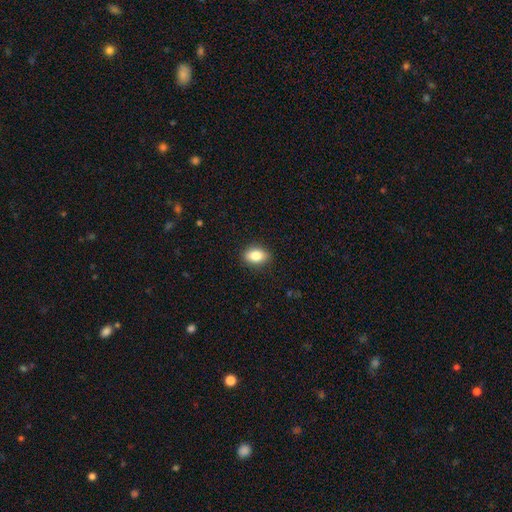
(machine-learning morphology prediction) Q: Smooth or featured?
A: smooth (84%); runner-up: star or artifact (8%)
Q: How rounded?
A: in between (80%); runner-up: round (19%)
Q: Merging?
A: none (88%); runner-up: minor disturbance (9%)